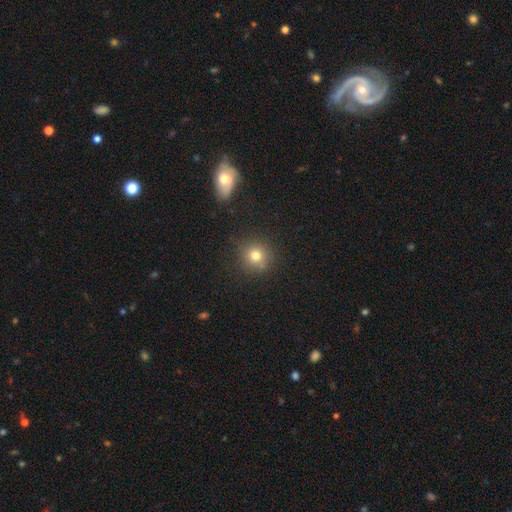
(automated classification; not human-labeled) Smooth or featured? Predicted: smooth (p=0.76). How rounded? Predicted: round (p=0.92). Merging? Predicted: none (p=0.82).